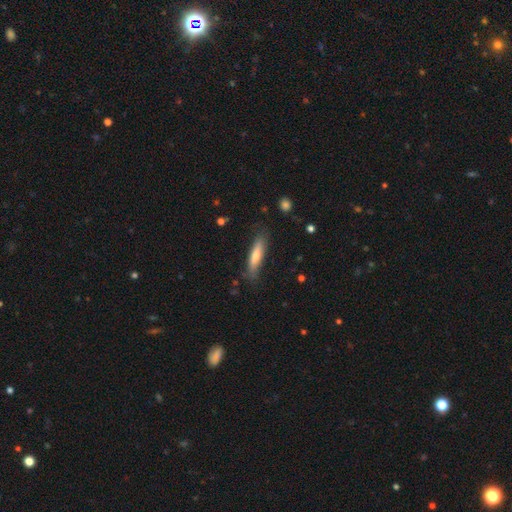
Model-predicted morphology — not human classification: Smooth or featured? smooth (62%)
How rounded? cigar-shaped (82%)
Merging? none (81%)